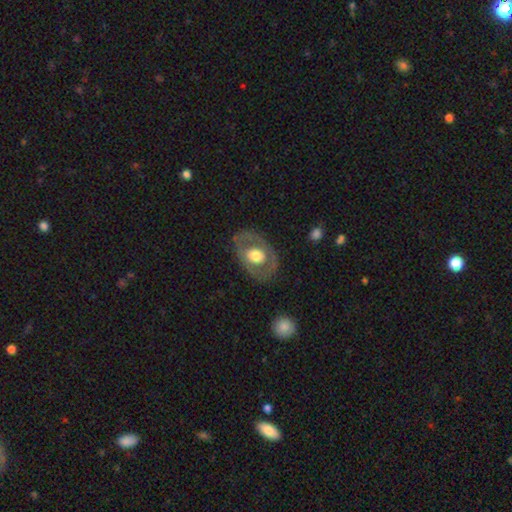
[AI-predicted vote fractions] Smooth or featured: featured or disk — 52% (smooth — 43%)
Edge-on disk: no — 92% (yes — 8%)
Merging: none — 77% (minor disturbance — 14%)